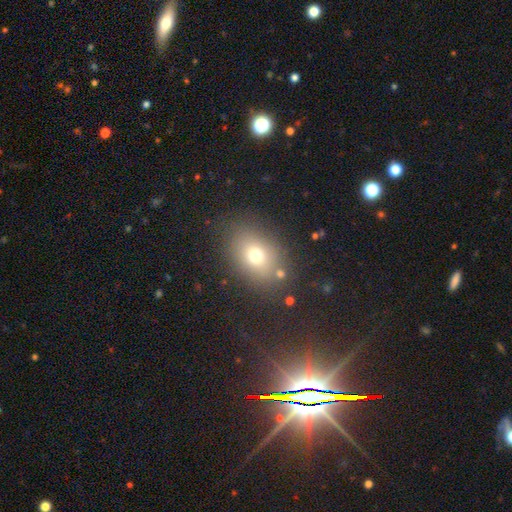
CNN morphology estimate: Smooth or featured?
  - smooth: 70% *
  - star or artifact: 16%
  - featured or disk: 14%
How rounded?
  - in between: 65% *
  - round: 34%
  - cigar-shaped: 1%
Merging?
  - none: 77% *
  - minor disturbance: 12%
  - major disturbance: 6%
  - merger: 5%